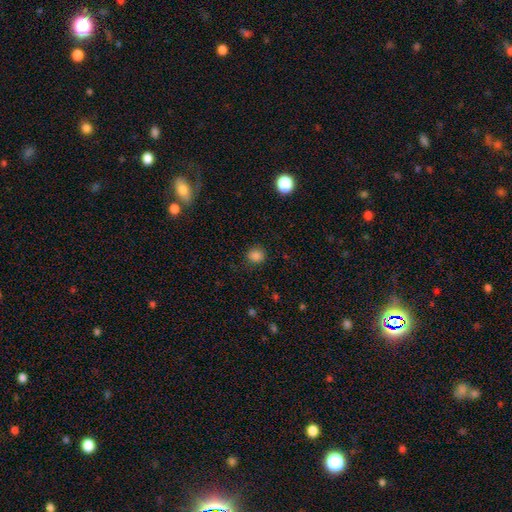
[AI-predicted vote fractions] smooth-or-featured: smooth: 84% | star or artifact: 12% | featured or disk: 4%
  how-rounded: round: 86% | in between: 13% | cigar-shaped: 1%
  merging: none: 86% | minor disturbance: 10% | major disturbance: 3% | merger: 1%